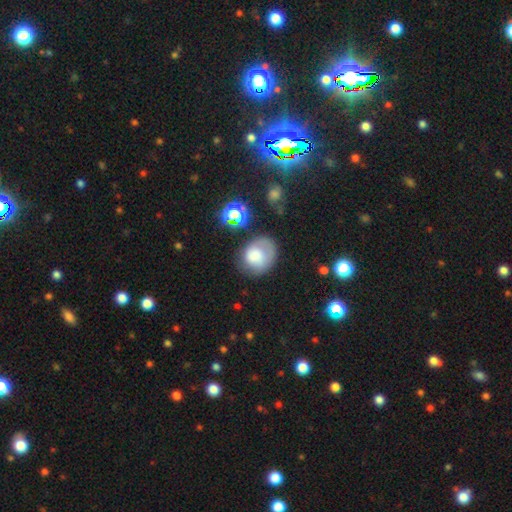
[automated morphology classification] Smooth or featured?
  - smooth: 68% *
  - featured or disk: 21%
  - star or artifact: 11%
How rounded?
  - round: 62% *
  - in between: 37%
  - cigar-shaped: 1%
Merging?
  - none: 51% *
  - minor disturbance: 27%
  - major disturbance: 16%
  - merger: 6%